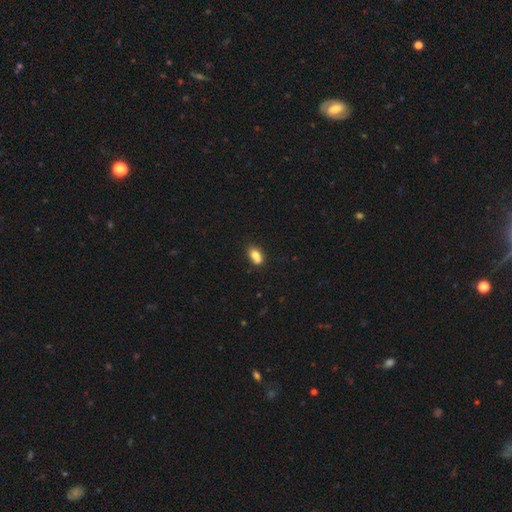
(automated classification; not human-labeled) Smooth or featured? Predicted: smooth (p=0.75). How rounded? Predicted: in between (p=0.75). Merging? Predicted: none (p=0.41).